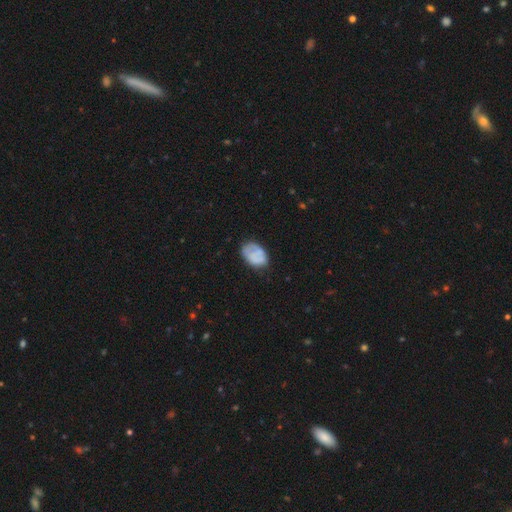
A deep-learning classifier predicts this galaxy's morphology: Overall: smooth (71%). How rounded: in between (86%). Merging: none (63%; minor disturbance 26%).